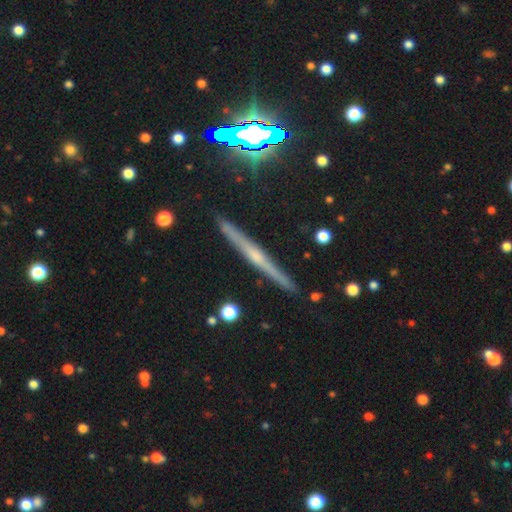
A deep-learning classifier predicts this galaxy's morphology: This appears to be a featured or disk galaxy (69%) viewed edge-on (97%) with a rounded central bulge (62%). Merging: none (90%).